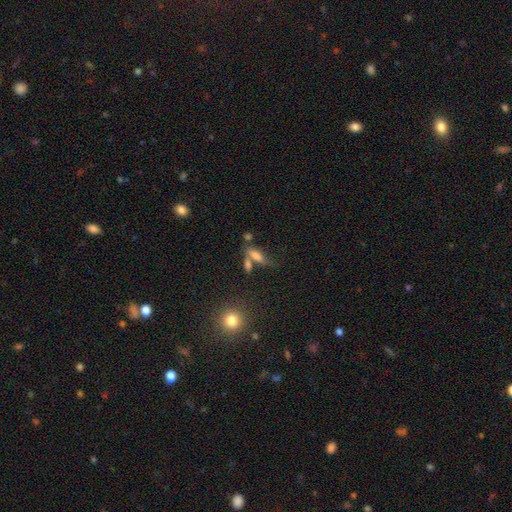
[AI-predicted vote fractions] Smooth or featured?
  - smooth: 70% *
  - featured or disk: 19%
  - star or artifact: 12%
How rounded?
  - in between: 53% *
  - cigar-shaped: 42%
  - round: 5%
Merging?
  - none: 39% *
  - merger: 34%
  - minor disturbance: 16%
  - major disturbance: 10%